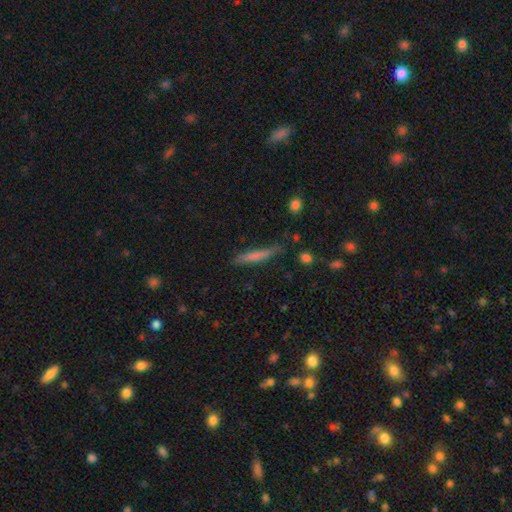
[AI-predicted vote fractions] The model was most divided on "smooth or featured": smooth: 70%, featured or disk: 23%, star or artifact: 7%. More confident: how rounded — cigar-shaped (93%); merging — none (76%).